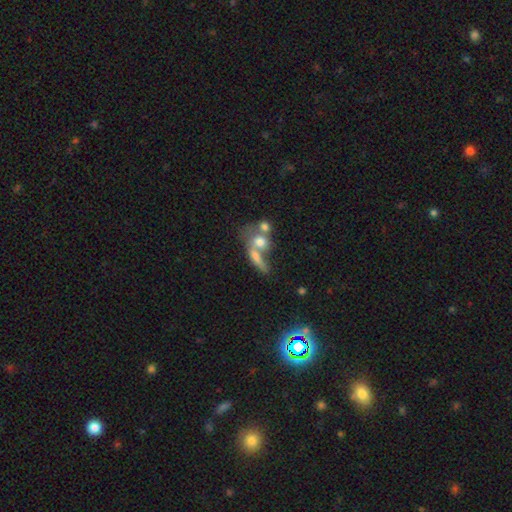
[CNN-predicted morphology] Q: Smooth or featured?
A: smooth (56%); runner-up: featured or disk (30%)
Q: How rounded?
A: in between (48%); runner-up: round (33%)
Q: Merging?
A: merger (58%); runner-up: none (21%)